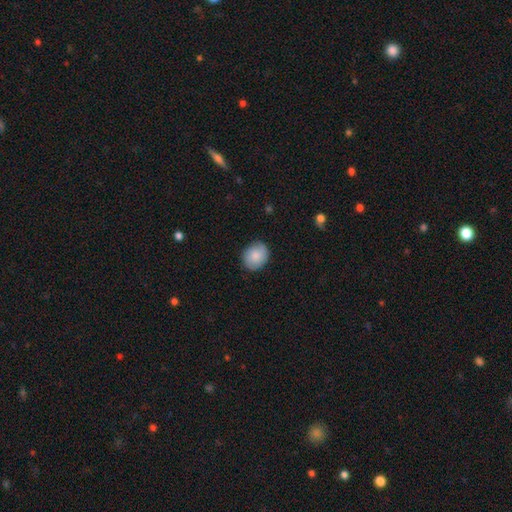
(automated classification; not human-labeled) A smooth galaxy with no disk features (80%) that is round (58%). Merging: none (83%).